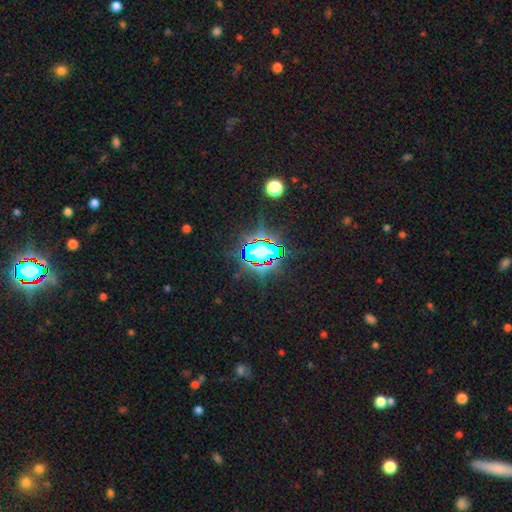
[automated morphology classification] Overall: star or artifact (82%).